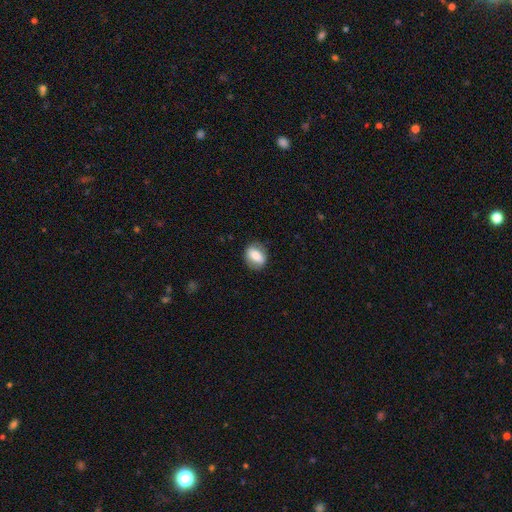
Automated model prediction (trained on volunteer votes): Smooth or featured? smooth (72%)
How rounded? in between (59%)
Merging? none (82%)